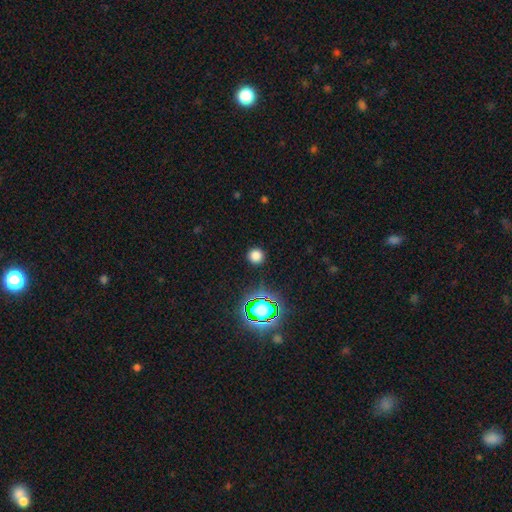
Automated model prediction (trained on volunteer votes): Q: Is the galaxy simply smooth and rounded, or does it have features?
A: smooth — 75%.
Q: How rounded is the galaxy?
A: round — 93%.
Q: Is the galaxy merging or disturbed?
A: none — 90%.